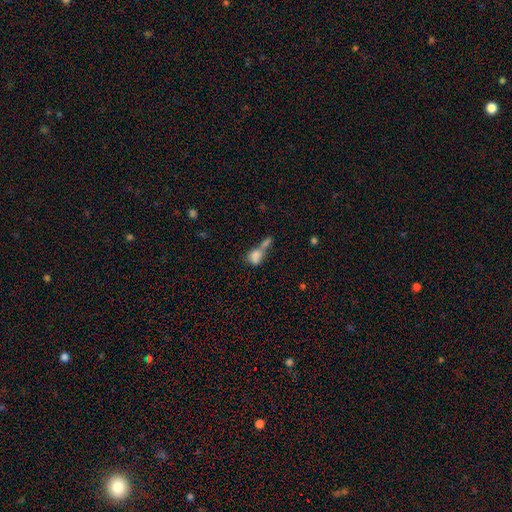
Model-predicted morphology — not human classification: This is likely a smooth galaxy (73%). How rounded: likely in between (61%). Merging: likely merger (67%).